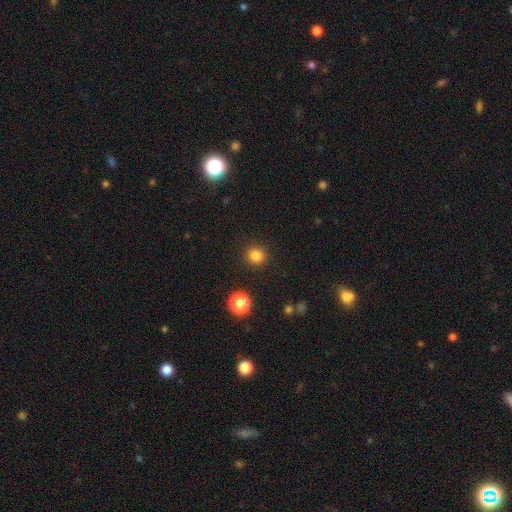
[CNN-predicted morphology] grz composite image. It shows a smooth galaxy with no disk features (82%) that is round (90%). Merging: none (90%).